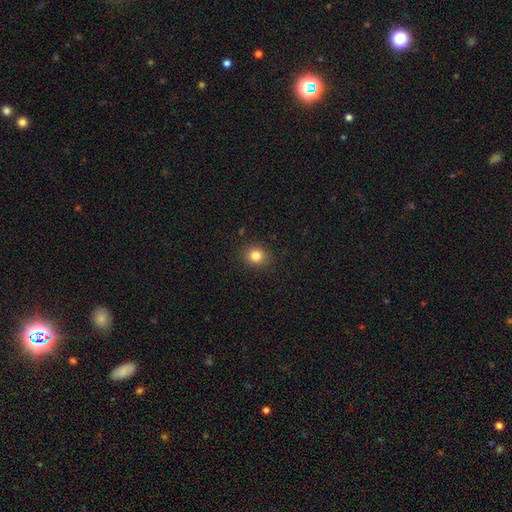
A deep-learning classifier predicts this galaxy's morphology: Smooth or featured? smooth (83%)
How rounded? round (76%)
Merging? none (89%)